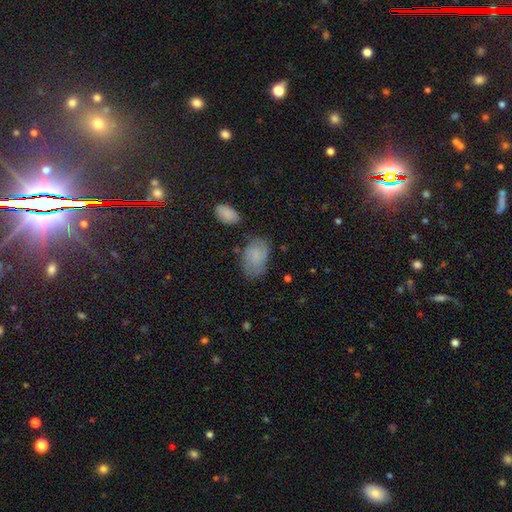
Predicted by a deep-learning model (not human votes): This appears to be a smooth galaxy with no disk features (63%) that is in between round and cigar-shaped (87%). Merging: none (62%).